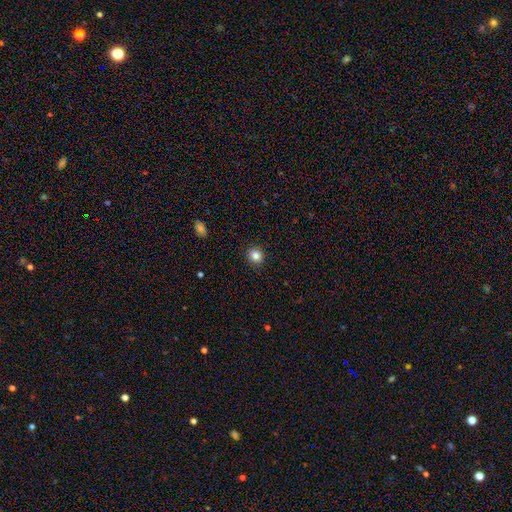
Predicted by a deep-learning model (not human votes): smooth_or_featured: smooth (p=0.84) [alt: star or artifact p=0.11]
how_rounded: round (p=0.81) [alt: in between p=0.18]
merging: none (p=0.91) [alt: minor disturbance p=0.06]